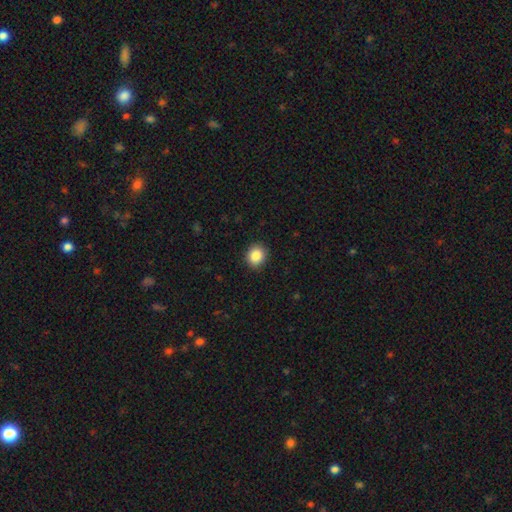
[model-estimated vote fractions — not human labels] The model was most divided on "how rounded": round: 76%, in between: 23%, cigar-shaped: 1%. More confident: merging — none (90%); smooth or featured — smooth (86%).